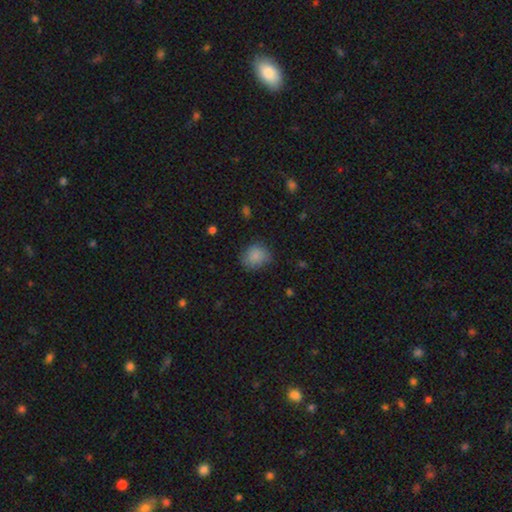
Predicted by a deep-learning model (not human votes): Q: Smooth or featured?
A: smooth (84%); runner-up: star or artifact (9%)
Q: How rounded?
A: round (74%); runner-up: in between (25%)
Q: Merging?
A: none (76%); runner-up: minor disturbance (18%)